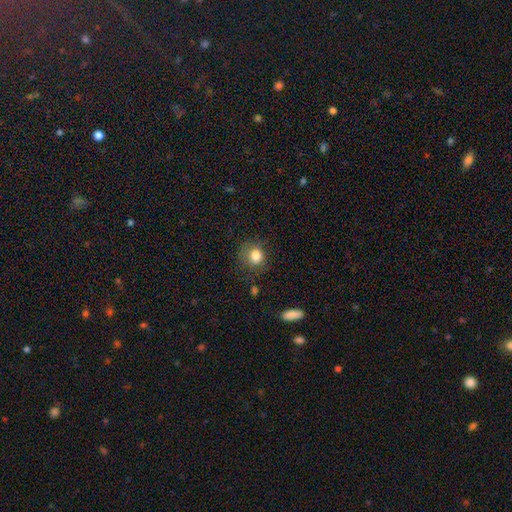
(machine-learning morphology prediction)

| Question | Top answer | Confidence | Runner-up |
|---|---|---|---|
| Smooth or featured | smooth | 83% | star or artifact (10%) |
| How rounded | round | 73% | in between (26%) |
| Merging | none | 70% | minor disturbance (19%) |